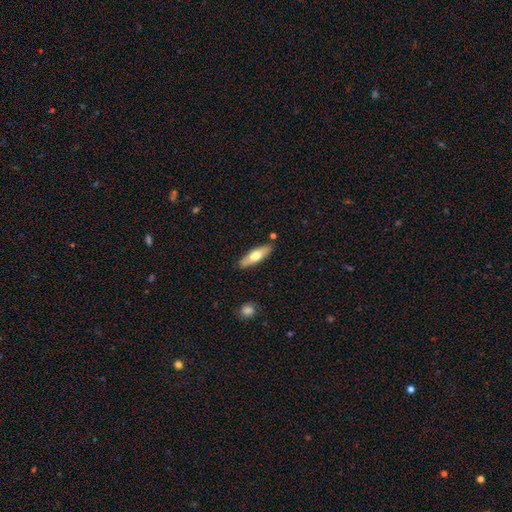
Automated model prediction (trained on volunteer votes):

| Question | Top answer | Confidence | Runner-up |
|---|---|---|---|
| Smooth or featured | smooth | 61% | featured or disk (34%) |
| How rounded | cigar-shaped | 56% | in between (42%) |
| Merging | none | 86% | minor disturbance (9%) |